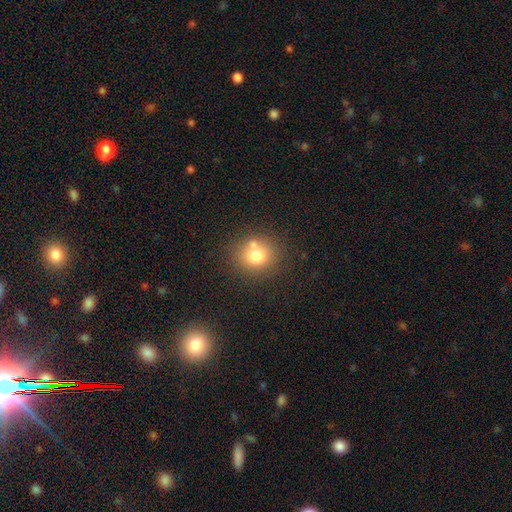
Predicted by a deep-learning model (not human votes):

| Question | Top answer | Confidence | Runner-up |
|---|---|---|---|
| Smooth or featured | smooth | 74% | featured or disk (13%) |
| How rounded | round | 78% | in between (21%) |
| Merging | none | 64% | merger (20%) |